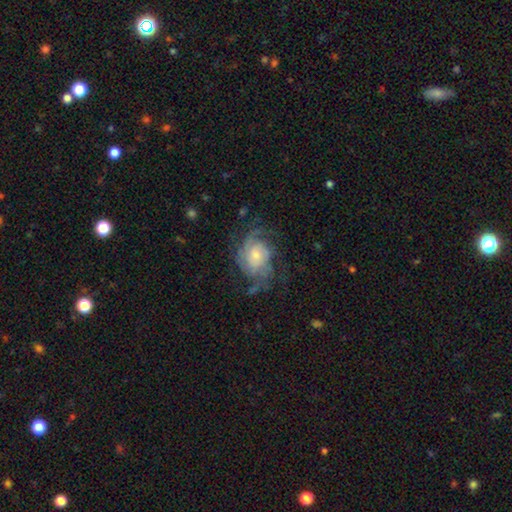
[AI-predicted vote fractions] smooth-or-featured: featured or disk: 74% | smooth: 18% | star or artifact: 7%
  disk-edge-on: no: 97% | yes: 3%
    bar: no: 70% | weak: 26% | strong: 4%
    has-spiral-arms: yes: 89% | no: 11%
      spiral-winding: tight: 41% (tied) | medium: 41% (tied) | loose: 19%
      spiral-arm-count: can't tell: 35% | 2: 23% | 3: 20% | 4: 9% | 1: 6% | more than 4: 6%
    bulge-size: small: 49% | moderate: 36% | large: 9% | none: 4% | dominant: 2%
  merging: none: 54% | major disturbance: 23% | minor disturbance: 21% | merger: 2%